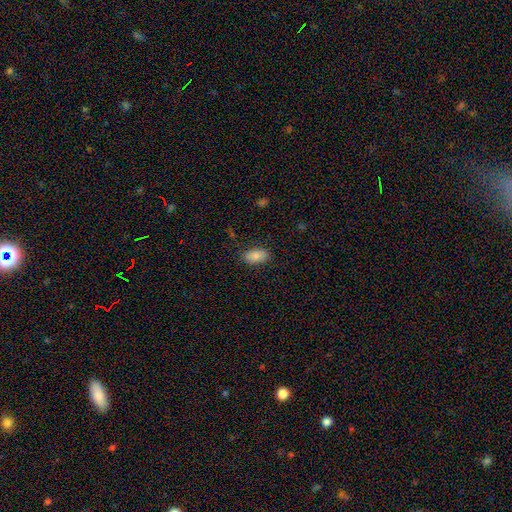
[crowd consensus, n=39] smooth-or-featured: smooth: 85% | star or artifact: 10% | featured or disk: 5%
  how-rounded: in between: 97% | round: 3% | cigar-shaped: 0%
  merging: none: 83% | minor disturbance: 11% | major disturbance: 3% | merger: 3%